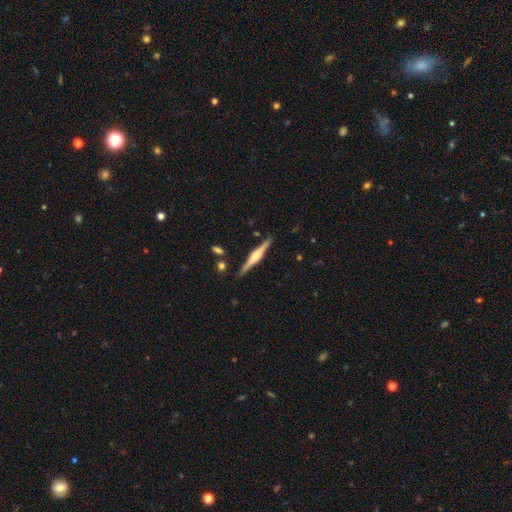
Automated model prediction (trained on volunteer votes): Smooth or featured? Predicted: featured or disk (p=0.72). Edge-on disk? Predicted: yes (p=0.98). Edge-on bulge? Predicted: rounded (p=0.82). Merging? Predicted: none (p=0.89).